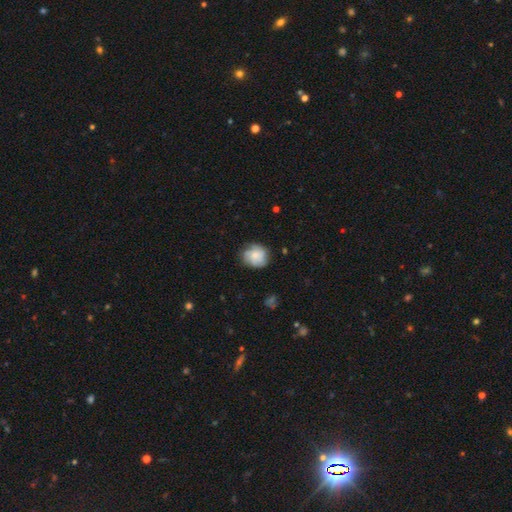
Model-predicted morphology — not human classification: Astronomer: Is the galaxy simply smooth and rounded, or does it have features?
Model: smooth — 64%.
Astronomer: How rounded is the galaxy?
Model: round — 76%.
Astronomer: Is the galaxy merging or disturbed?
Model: none — 70%.